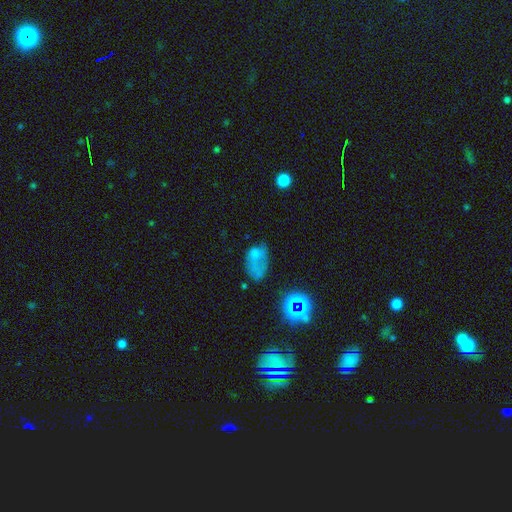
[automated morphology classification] smooth-or-featured: smooth: 57% | featured or disk: 26% | star or artifact: 17%
  how-rounded: in between: 84% | round: 14% | cigar-shaped: 2%
  merging: major disturbance: 35% | none: 28% | minor disturbance: 25% | merger: 11%